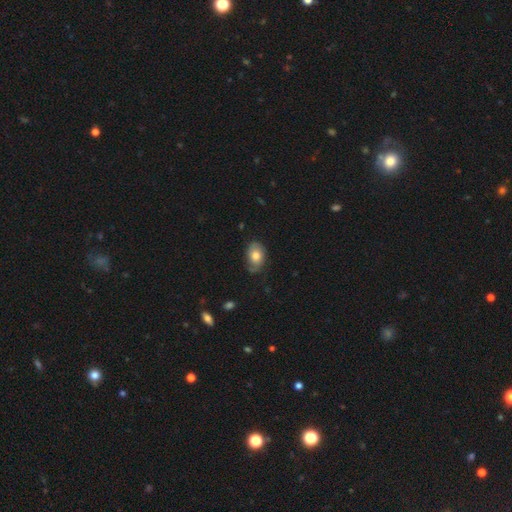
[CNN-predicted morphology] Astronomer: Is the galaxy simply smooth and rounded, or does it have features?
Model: smooth — 71%.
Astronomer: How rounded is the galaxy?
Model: in between — 82%.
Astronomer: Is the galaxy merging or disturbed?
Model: none — 68%.